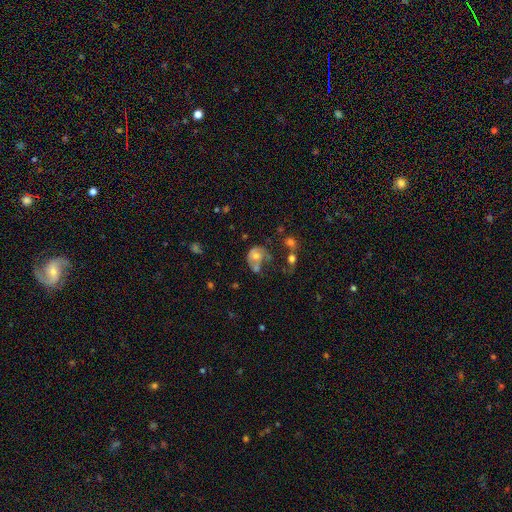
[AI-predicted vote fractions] Smooth or featured? Predicted: smooth (p=0.46). Merging? Predicted: merger (p=0.29).